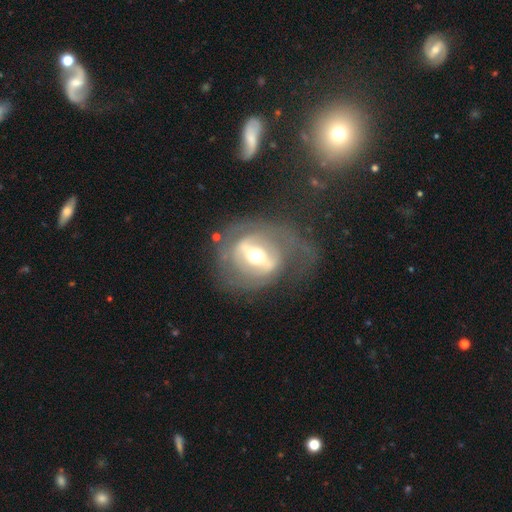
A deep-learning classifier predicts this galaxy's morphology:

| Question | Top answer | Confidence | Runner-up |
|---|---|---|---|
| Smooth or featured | featured or disk | 77% | smooth (17%) |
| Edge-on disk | no | 94% | yes (6%) |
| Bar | strong | 56% | weak (30%) |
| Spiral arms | yes | 63% | no (37%) |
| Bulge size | moderate | 69% | small (16%) |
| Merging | none | 54% | major disturbance (24%) |